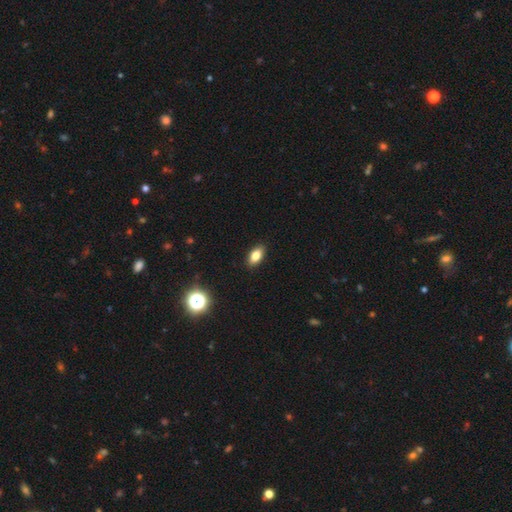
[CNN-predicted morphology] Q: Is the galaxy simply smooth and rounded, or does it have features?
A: smooth — 80%.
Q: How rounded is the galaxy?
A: in between — 88%.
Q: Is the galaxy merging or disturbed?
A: none — 89%.